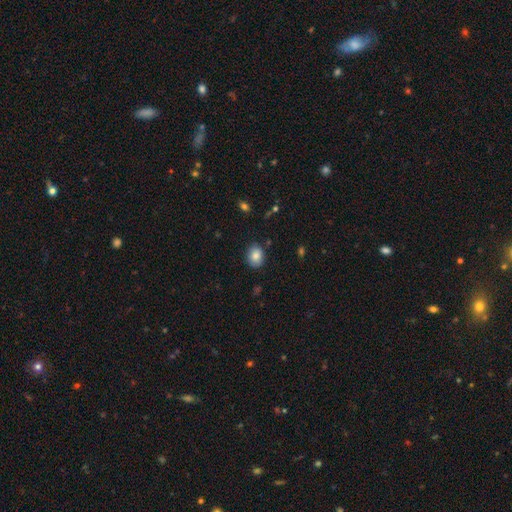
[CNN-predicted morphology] Smooth or featured?
  - smooth: 84% *
  - star or artifact: 8%
  - featured or disk: 7%
How rounded?
  - in between: 54% *
  - round: 45%
  - cigar-shaped: 1%
Merging?
  - none: 85% *
  - minor disturbance: 11%
  - major disturbance: 2%
  - merger: 2%